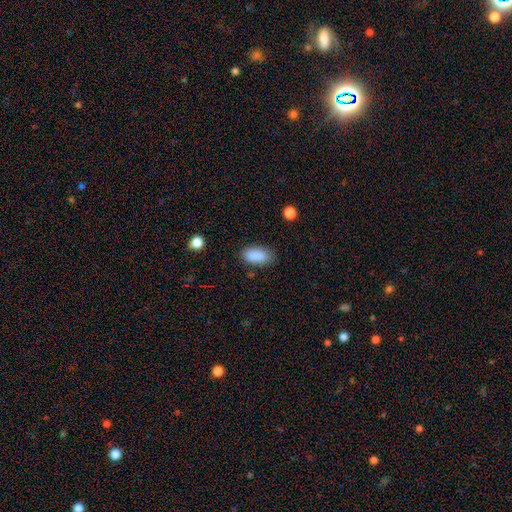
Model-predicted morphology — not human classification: This is clearly a smooth galaxy (87%). How rounded: clearly in between (90%). Merging: likely none (77%).